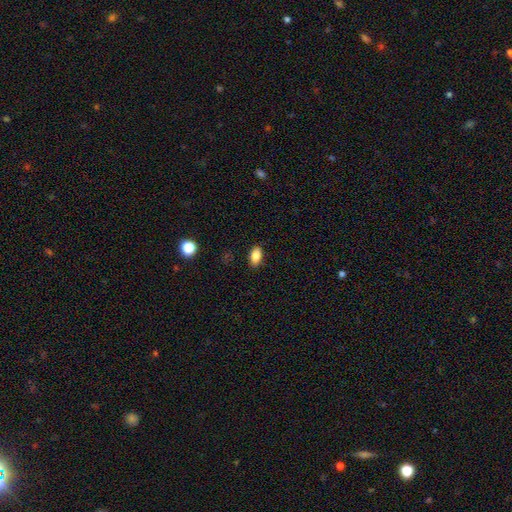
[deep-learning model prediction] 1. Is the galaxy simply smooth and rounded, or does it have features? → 85% smooth, 9% star or artifact, 7% featured or disk.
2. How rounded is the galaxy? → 90% in between, 6% round, 4% cigar-shaped.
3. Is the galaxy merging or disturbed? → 88% none, 9% minor disturbance, 2% major disturbance, 1% merger.